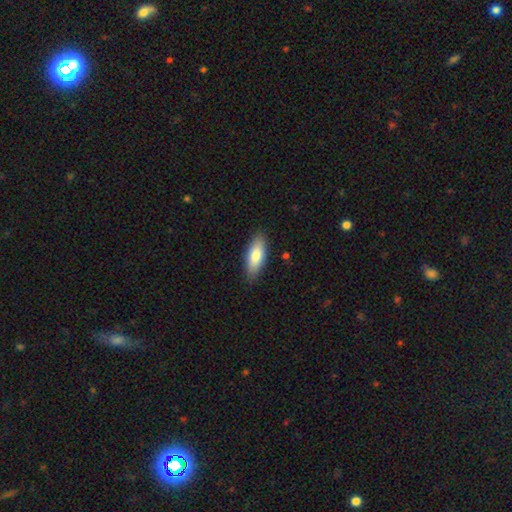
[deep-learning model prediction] Smooth or featured?
  - smooth: 79% *
  - featured or disk: 15%
  - star or artifact: 6%
How rounded?
  - in between: 74% *
  - cigar-shaped: 24%
  - round: 2%
Merging?
  - none: 86% *
  - minor disturbance: 11%
  - major disturbance: 2%
  - merger: 1%